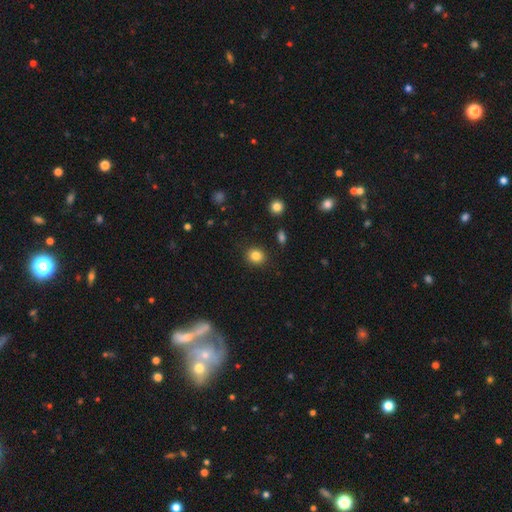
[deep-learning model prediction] A smooth galaxy with no disk features (84%) that is round (75%). Merging: none (89%).